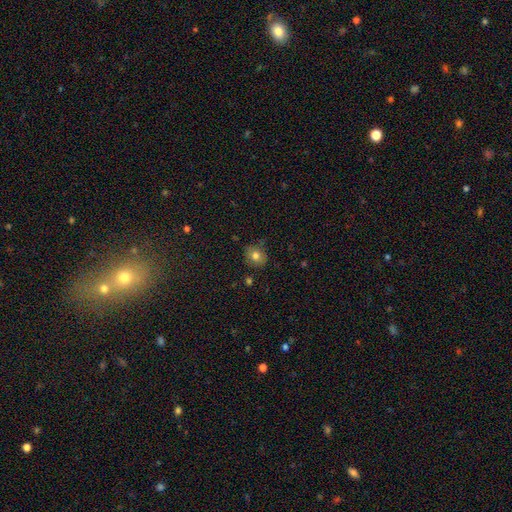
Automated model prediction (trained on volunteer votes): smooth-or-featured: smooth: 78% | star or artifact: 11% | featured or disk: 11%
  how-rounded: round: 71% | in between: 28% | cigar-shaped: 1%
  merging: none: 77% | minor disturbance: 18% | major disturbance: 3% | merger: 2%